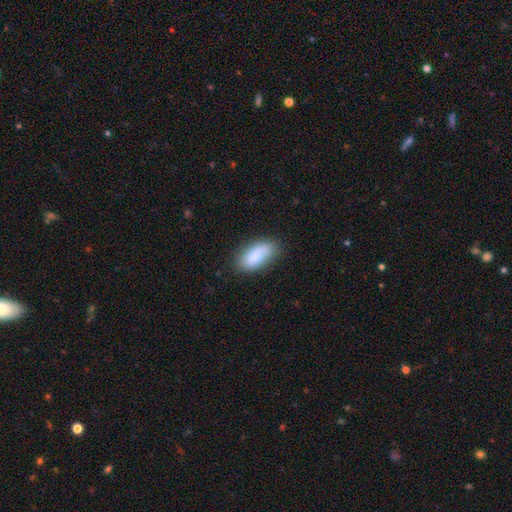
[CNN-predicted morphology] type=smooth (81%); roundness=in between (91%); merging=none (72%).